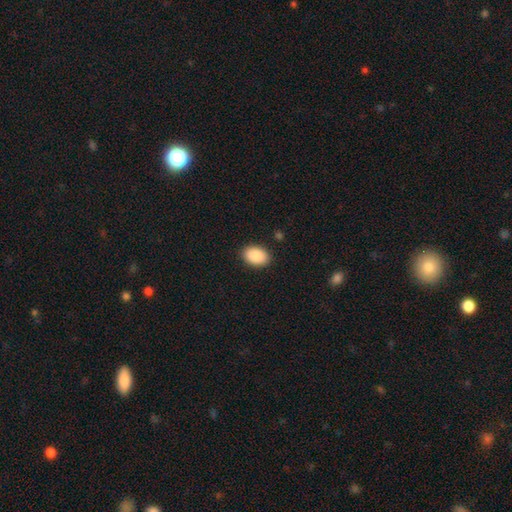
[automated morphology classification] Q: Smooth or featured?
A: smooth (90%); runner-up: star or artifact (7%)
Q: How rounded?
A: in between (88%); runner-up: round (11%)
Q: Merging?
A: none (89%); runner-up: minor disturbance (7%)